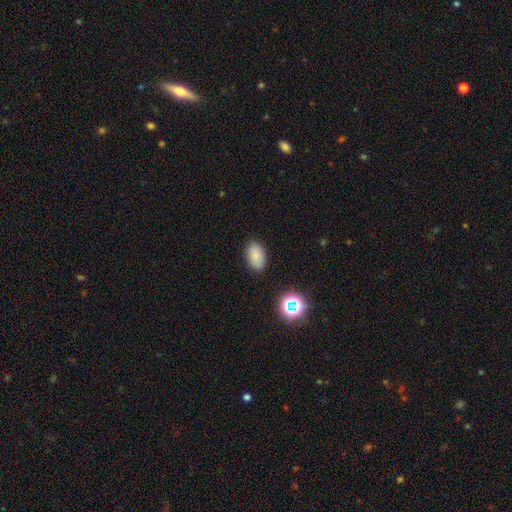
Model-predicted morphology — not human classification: Smooth or featured? Predicted: smooth (p=0.83). How rounded? Predicted: in between (p=0.90). Merging? Predicted: none (p=0.85).